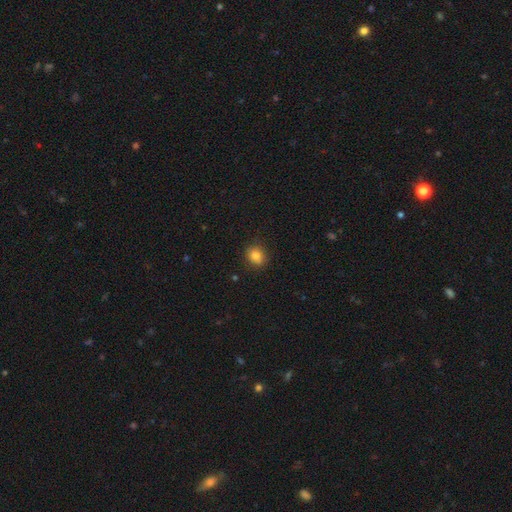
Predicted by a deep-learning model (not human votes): A smooth galaxy with no disk features (82%) that is round (69%).

Vote fractions:
- Smooth or featured? smooth: 82% / star or artifact: 11% / featured or disk: 7%
- How rounded? round: 69% / in between: 30% / cigar-shaped: 1%
- Merging? none: 87% / minor disturbance: 9% / major disturbance: 2% / merger: 1%